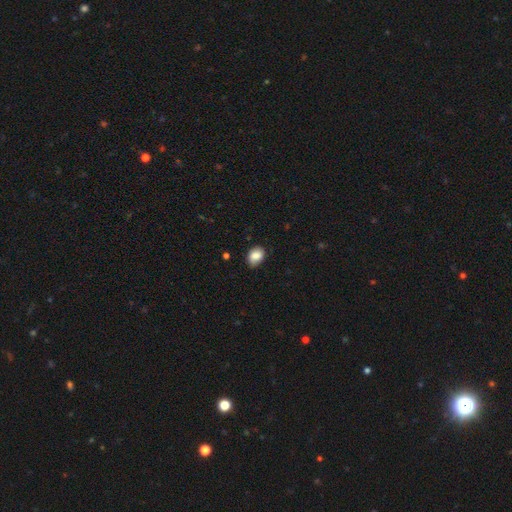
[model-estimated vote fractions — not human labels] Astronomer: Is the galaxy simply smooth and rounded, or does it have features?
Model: smooth — 84%.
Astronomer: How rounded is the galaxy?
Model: in between — 71%.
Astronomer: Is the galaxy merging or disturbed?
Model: none — 72%.